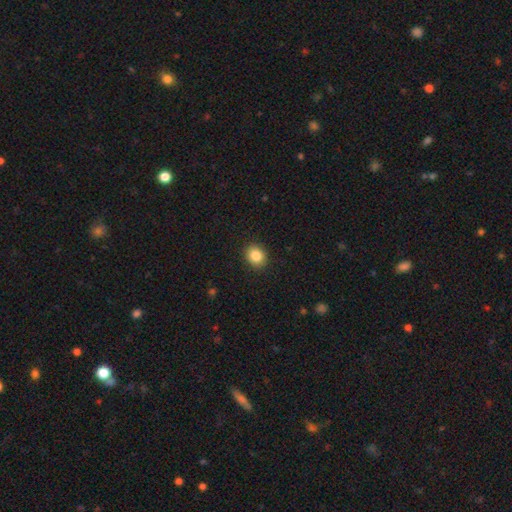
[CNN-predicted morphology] Q: Smooth or featured?
A: smooth (85%); runner-up: star or artifact (10%)
Q: How rounded?
A: round (68%); runner-up: in between (31%)
Q: Merging?
A: none (90%); runner-up: minor disturbance (7%)